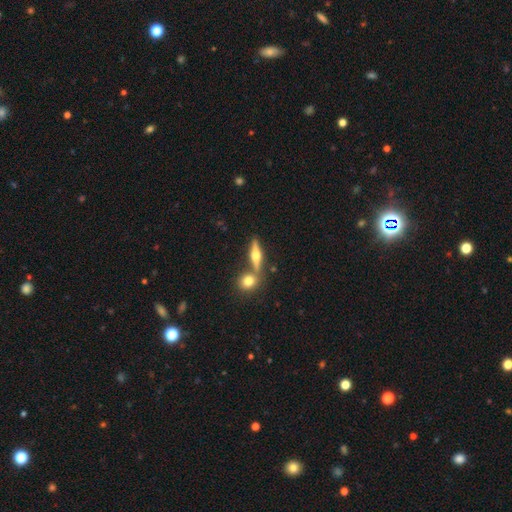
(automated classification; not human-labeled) Smooth or featured?
  - featured or disk: 57% *
  - smooth: 36%
  - star or artifact: 7%
Edge-on disk?
  - yes: 93% *
  - no: 7%
Edge-on bulge?
  - rounded: 95% *
  - boxy: 3%
  - none: 2%
Merging?
  - none: 67% *
  - merger: 22%
  - minor disturbance: 8%
  - major disturbance: 3%